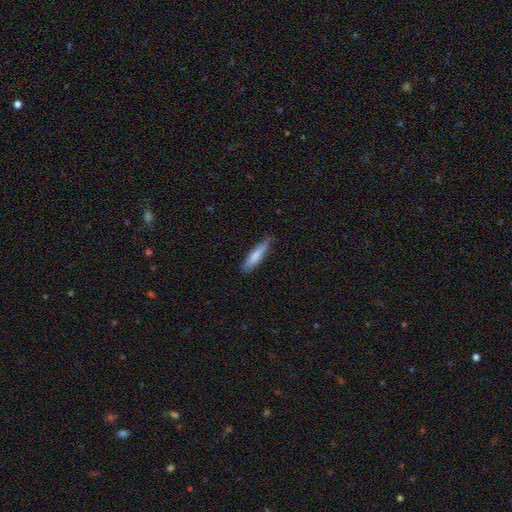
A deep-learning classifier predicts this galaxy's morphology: Smooth or featured: smooth — 77% (featured or disk — 18%)
How rounded: cigar-shaped — 83% (in between — 16%)
Merging: none — 76% (minor disturbance — 20%)